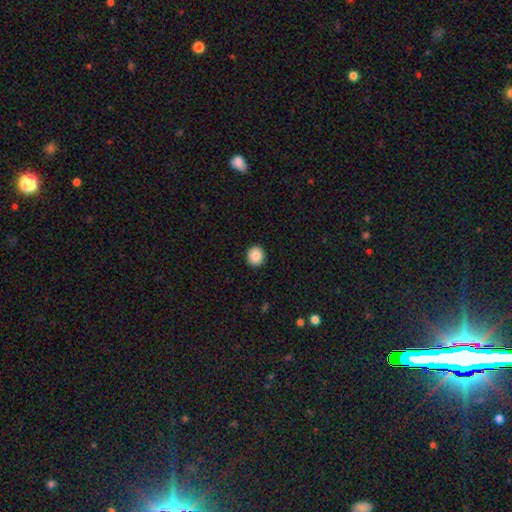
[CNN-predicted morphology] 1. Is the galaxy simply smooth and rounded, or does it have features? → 88% smooth, 8% star or artifact, 4% featured or disk.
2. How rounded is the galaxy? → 89% round, 10% in between, 1% cigar-shaped.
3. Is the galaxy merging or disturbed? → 93% none, 5% minor disturbance, 2% major disturbance, 1% merger.